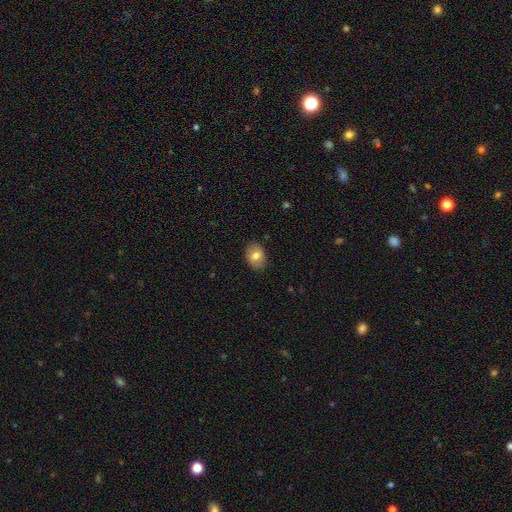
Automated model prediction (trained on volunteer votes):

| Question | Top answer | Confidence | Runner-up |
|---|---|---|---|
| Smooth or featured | smooth | 75% | featured or disk (17%) |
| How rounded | in between | 75% | round (24%) |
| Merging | none | 87% | minor disturbance (10%) |